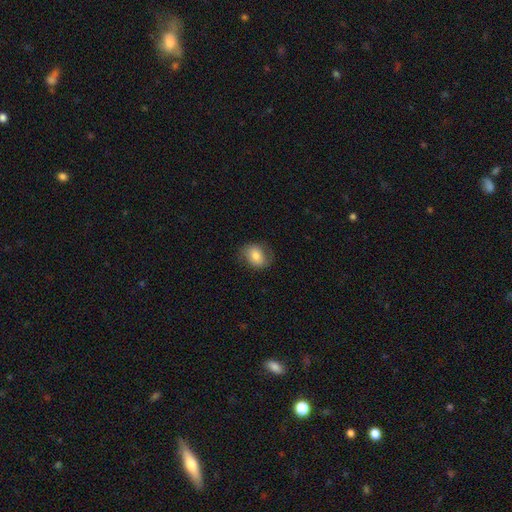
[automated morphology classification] smooth 69%, featured or disk 23%, star or artifact 8%. Down the decision tree: how rounded — in between (57%); merging — none (73%).